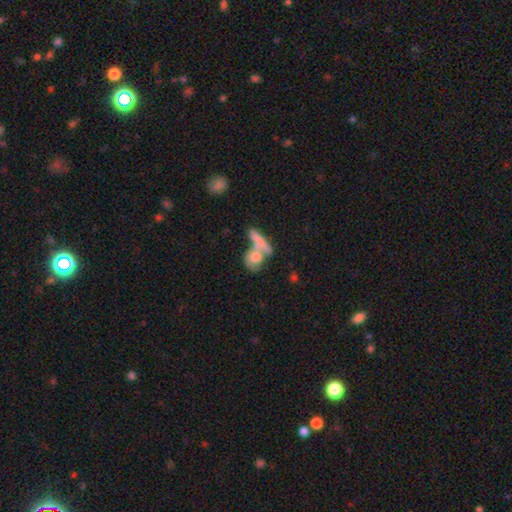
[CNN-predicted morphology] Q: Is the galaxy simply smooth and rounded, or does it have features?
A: smooth — 61%.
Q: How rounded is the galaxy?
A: in between — 43%.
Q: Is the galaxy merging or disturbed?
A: merger — 50%.